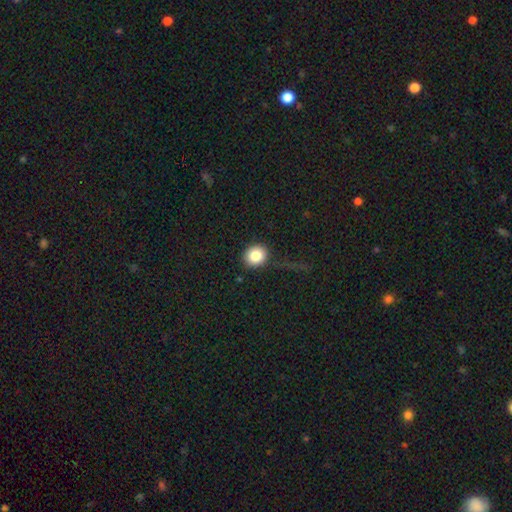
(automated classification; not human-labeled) Morphology: type=smooth (84%); roundness=round (78%); merging=none (82%).